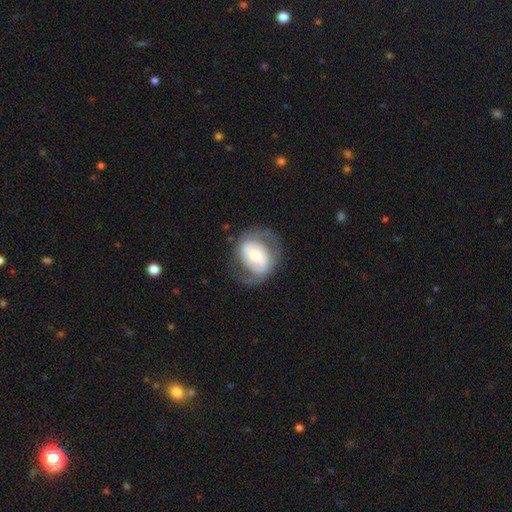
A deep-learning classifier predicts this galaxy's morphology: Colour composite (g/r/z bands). It shows a featured or disk galaxy (64%) with a weak bar (34%), spiral arms (61%) and a moderate central bulge (57%). Merging: none (62%).